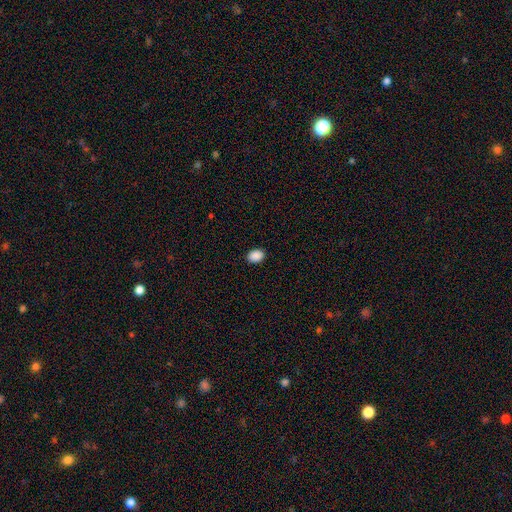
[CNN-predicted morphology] Q: Smooth or featured?
A: smooth (90%); runner-up: star or artifact (8%)
Q: How rounded?
A: in between (71%); runner-up: round (28%)
Q: Merging?
A: none (91%); runner-up: minor disturbance (7%)